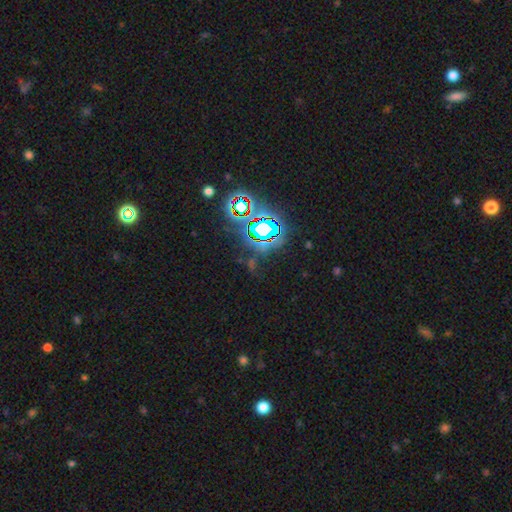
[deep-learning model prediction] Overall: star or artifact (81%).